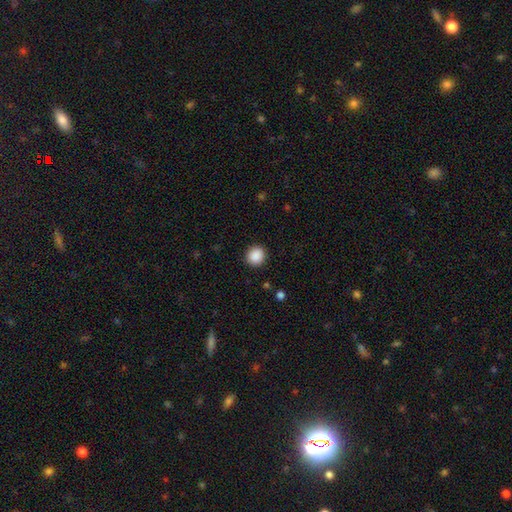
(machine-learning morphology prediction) The model was most divided on "smooth or featured": smooth: 89%, star or artifact: 9%, featured or disk: 2%. More confident: merging — none (91%); how rounded — round (90%).